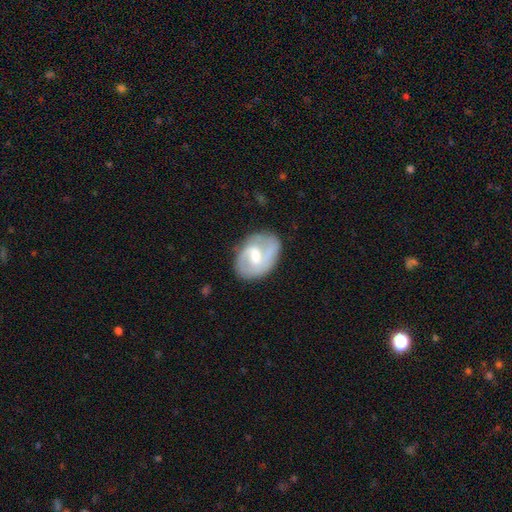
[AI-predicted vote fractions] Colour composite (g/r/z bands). It shows a featured or disk galaxy (73%) with a weak bar (55%), 2 (72%) medium (47%) spiral arms (86%) and a moderate central bulge (59%). Merging: none (69%).